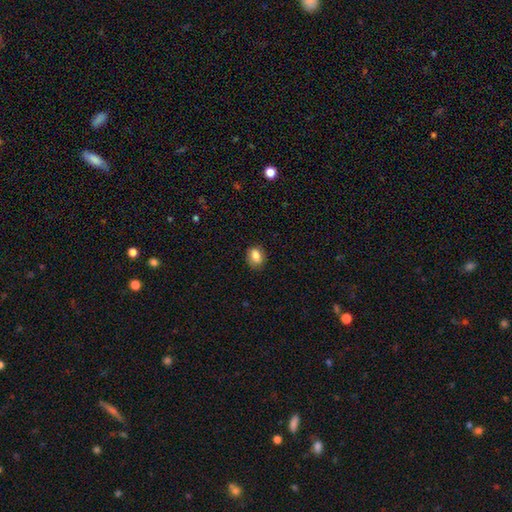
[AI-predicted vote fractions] This is clearly a smooth galaxy (83%). How rounded: likely in between (73%). Merging: likely none (79%).